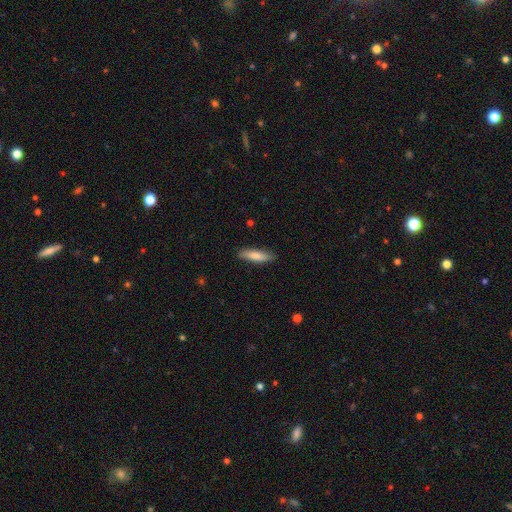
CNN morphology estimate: This appears to be a smooth galaxy with no disk features (80%) that is cigar-shaped (66%). Merging: none (86%).